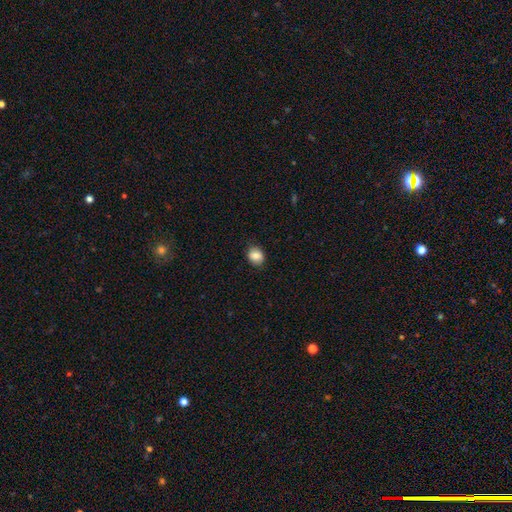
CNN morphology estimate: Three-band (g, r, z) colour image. It shows a smooth galaxy with no disk features (85%) that is round (54%). Merging: none (85%).